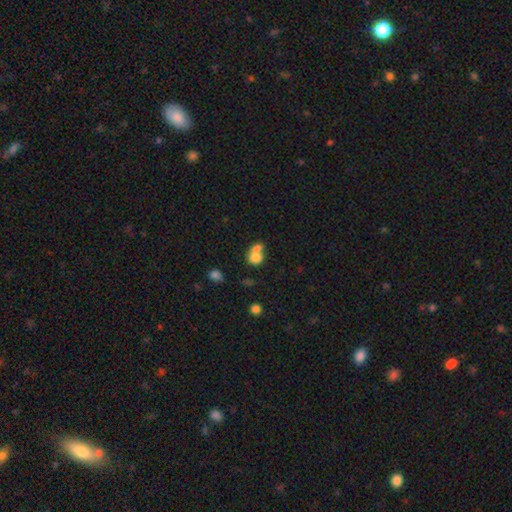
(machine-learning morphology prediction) Q: Smooth or featured?
A: smooth (74%); runner-up: featured or disk (16%)
Q: How rounded?
A: round (58%); runner-up: in between (41%)
Q: Merging?
A: merger (66%); runner-up: none (22%)